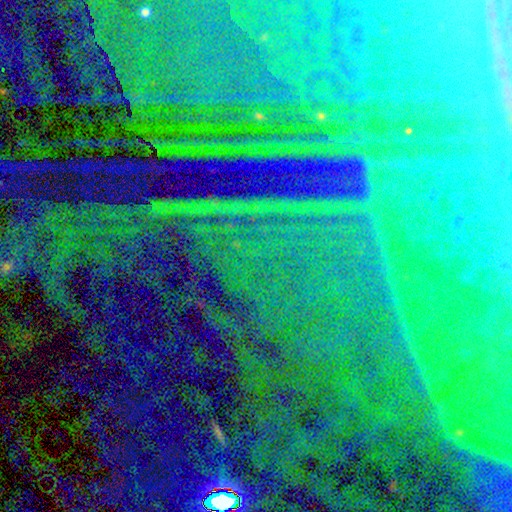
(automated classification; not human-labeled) Q: Smooth or featured?
A: star or artifact (87%); runner-up: featured or disk (7%)